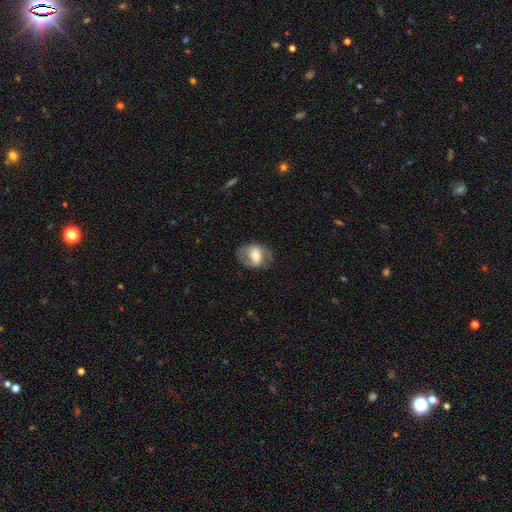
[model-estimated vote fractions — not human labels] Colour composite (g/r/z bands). It shows a featured or disk galaxy (61%) with a weak bar (38%), spiral arms (65%) and a moderate central bulge (62%). Merging: none (72%).